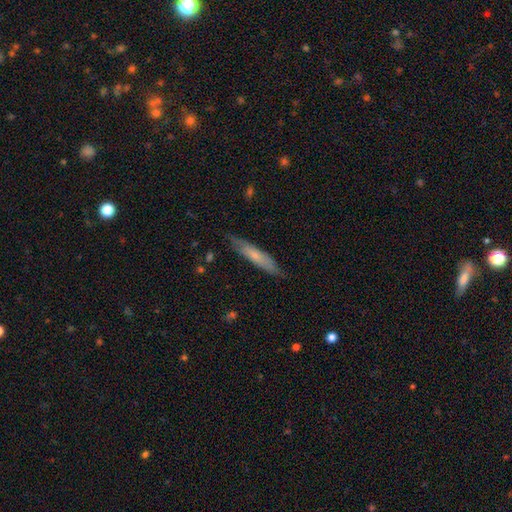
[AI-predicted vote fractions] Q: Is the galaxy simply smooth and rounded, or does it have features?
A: smooth — 61%.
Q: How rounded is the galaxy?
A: cigar-shaped — 87%.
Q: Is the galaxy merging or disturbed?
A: none — 81%.